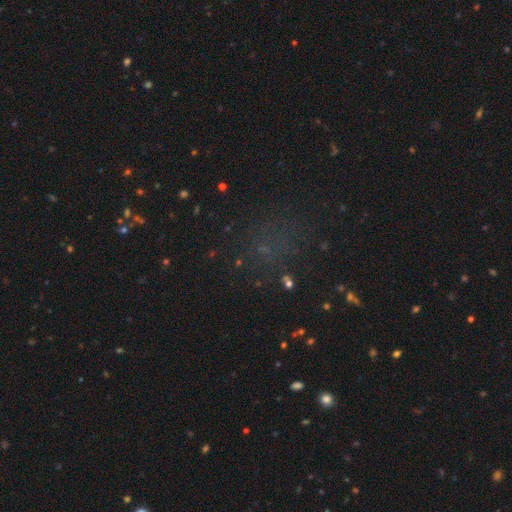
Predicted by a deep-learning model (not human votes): The model was most divided on "smooth or featured": star or artifact: 51%, smooth: 36%, featured or disk: 13%.